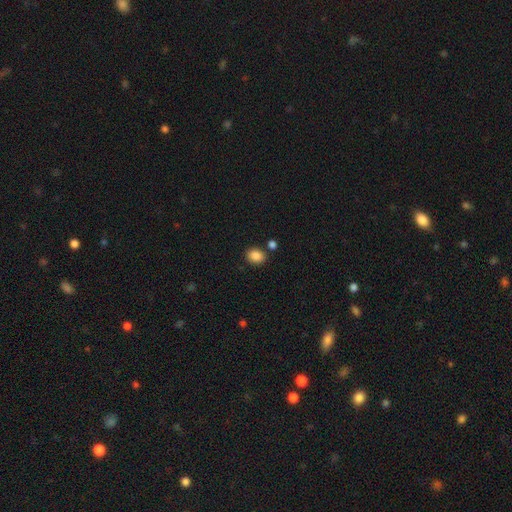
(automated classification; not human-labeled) smooth_or_featured: smooth (p=0.87) [alt: star or artifact p=0.09]
how_rounded: in between (p=0.57) [alt: round p=0.42]
merging: none (p=0.80) [alt: minor disturbance p=0.10]